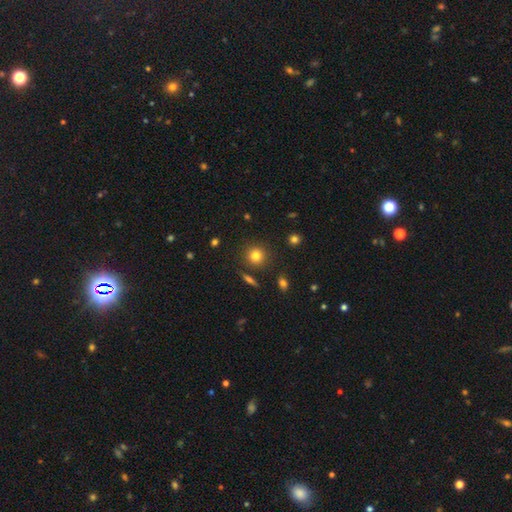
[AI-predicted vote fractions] Smooth or featured? Predicted: smooth (p=0.80). How rounded? Predicted: round (p=0.90). Merging? Predicted: none (p=0.86).